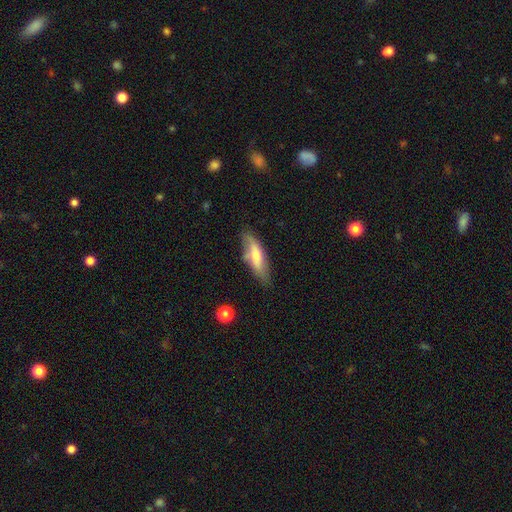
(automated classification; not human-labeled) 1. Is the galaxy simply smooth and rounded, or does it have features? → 56% smooth, 37% featured or disk, 7% star or artifact.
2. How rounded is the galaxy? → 58% cigar-shaped, 40% in between, 2% round.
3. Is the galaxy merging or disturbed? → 71% none, 21% minor disturbance, 5% major disturbance, 3% merger.